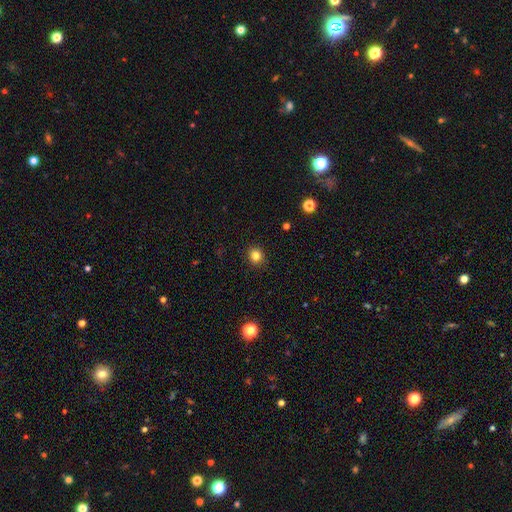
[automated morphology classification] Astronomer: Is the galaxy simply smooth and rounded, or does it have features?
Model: smooth — 82%.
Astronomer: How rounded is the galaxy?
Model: round — 84%.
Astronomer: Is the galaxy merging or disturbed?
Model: none — 91%.